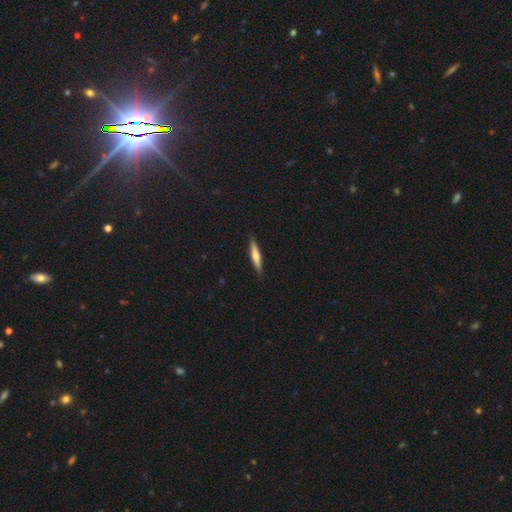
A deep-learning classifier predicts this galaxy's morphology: Smooth or featured? smooth (54%)
How rounded? cigar-shaped (89%)
Merging? none (89%)